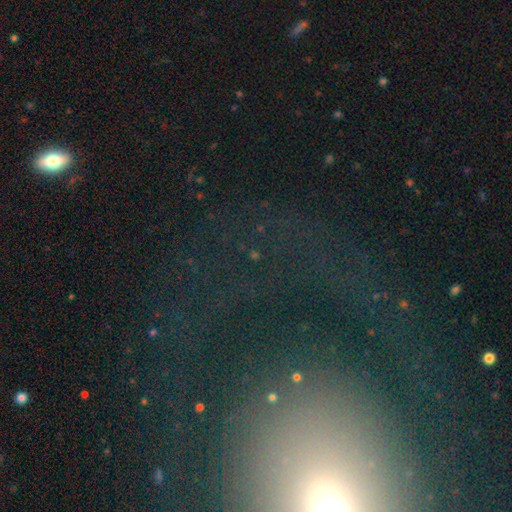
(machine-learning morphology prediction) This appears to be a star or artifact, not a galaxy (64%).